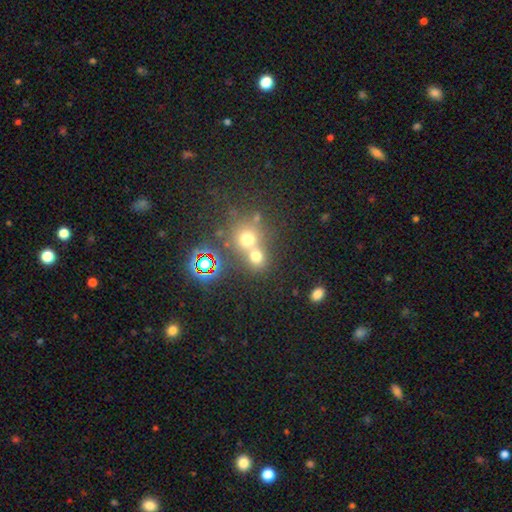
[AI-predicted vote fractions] This appears to be a smooth galaxy with no disk features (64%) that is round (79%). Merging: merger (49%).